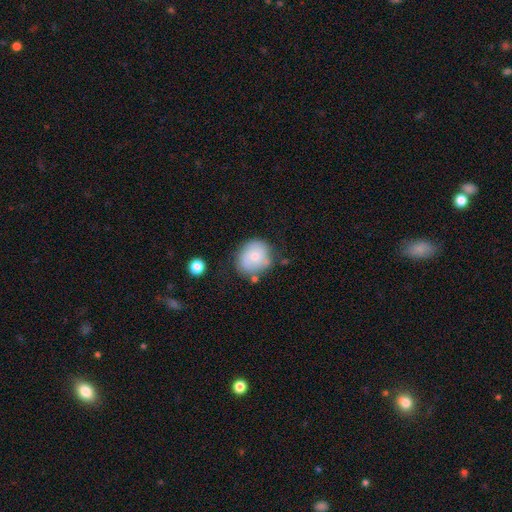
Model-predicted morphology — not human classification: Q: Smooth or featured?
A: smooth (65%); runner-up: featured or disk (28%)
Q: How rounded?
A: round (76%); runner-up: in between (23%)
Q: Merging?
A: none (64%); runner-up: minor disturbance (23%)